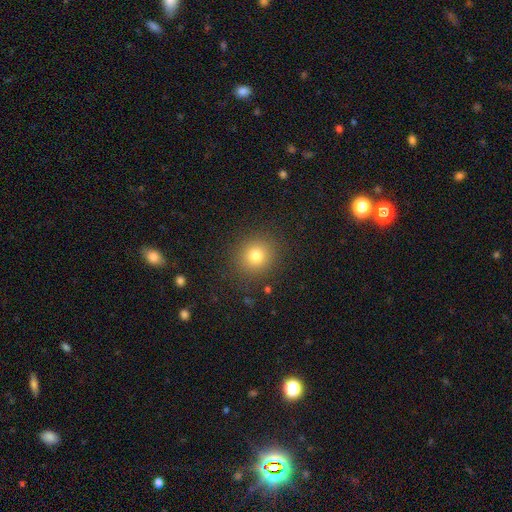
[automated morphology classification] Smooth or featured? smooth (78%)
How rounded? round (86%)
Merging? none (88%)